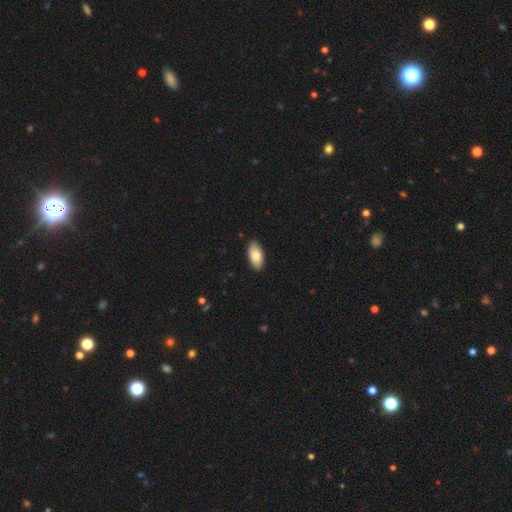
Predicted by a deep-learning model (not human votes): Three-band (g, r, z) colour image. It shows a smooth galaxy with no disk features (82%) that is in between round and cigar-shaped (93%). Merging: none (89%).